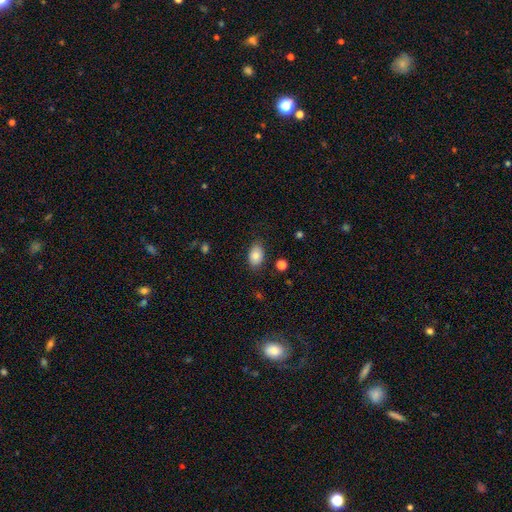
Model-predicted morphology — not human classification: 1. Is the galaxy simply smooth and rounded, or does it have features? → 79% smooth, 12% featured or disk, 8% star or artifact.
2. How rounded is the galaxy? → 87% in between, 12% round, 1% cigar-shaped.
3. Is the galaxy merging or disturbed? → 82% none, 13% minor disturbance, 3% major disturbance, 2% merger.